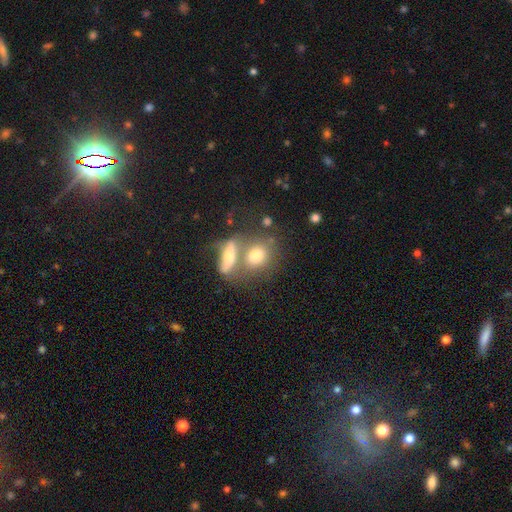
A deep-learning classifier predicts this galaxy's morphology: A smooth galaxy with no disk features (68%) that is round (50%).

Vote fractions:
- Smooth or featured? smooth: 68% / featured or disk: 22% / star or artifact: 10%
- How rounded? round: 50% / in between: 43% / cigar-shaped: 7%
- Merging? merger: 45% / none: 40% / minor disturbance: 10% / major disturbance: 6%